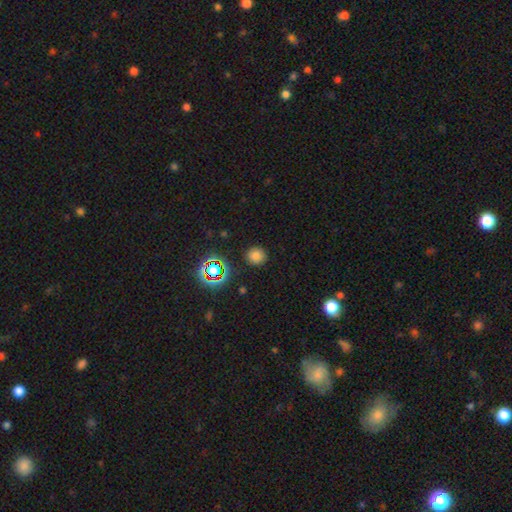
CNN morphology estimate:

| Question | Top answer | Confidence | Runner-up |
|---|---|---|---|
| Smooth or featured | smooth | 75% | star or artifact (19%) |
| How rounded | round | 89% | in between (10%) |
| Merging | none | 88% | minor disturbance (8%) |